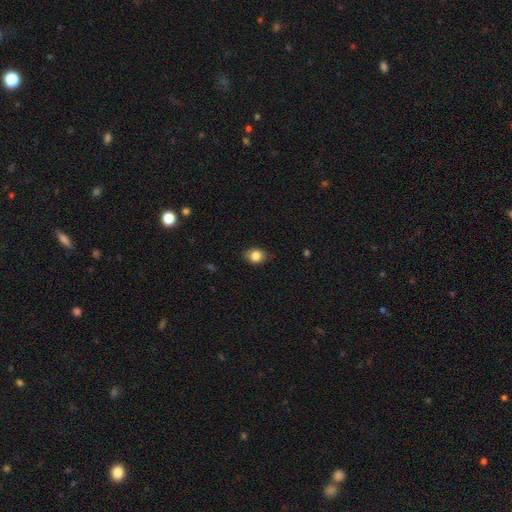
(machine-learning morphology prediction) smooth-or-featured: smooth: 82% | featured or disk: 9% | star or artifact: 9%
  how-rounded: in between: 61% | round: 38% | cigar-shaped: 1%
  merging: none: 81% | minor disturbance: 15% | major disturbance: 3% | merger: 1%